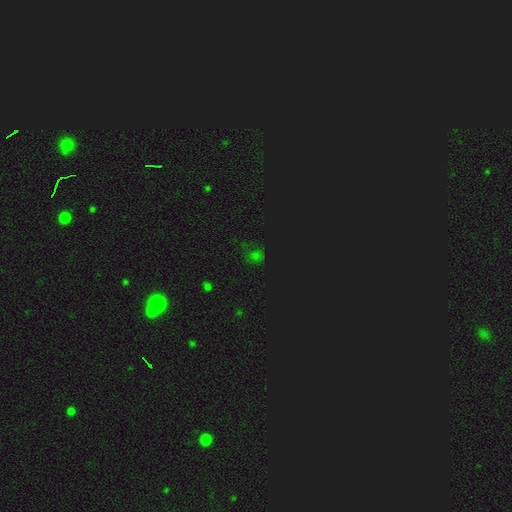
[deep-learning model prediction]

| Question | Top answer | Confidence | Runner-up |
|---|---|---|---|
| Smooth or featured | star or artifact | 59% | smooth (35%) |